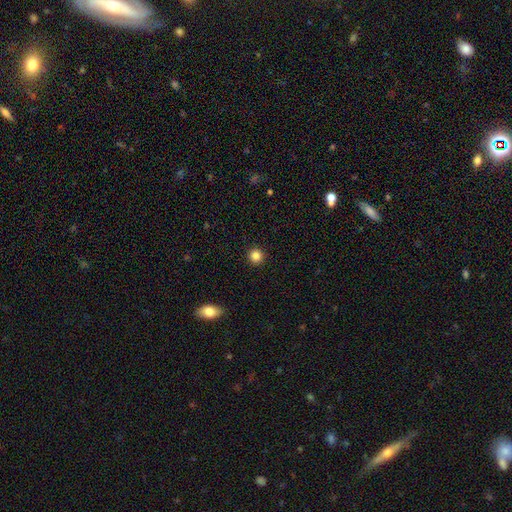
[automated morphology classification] Smooth or featured? Predicted: smooth (p=0.85). How rounded? Predicted: round (p=0.95). Merging? Predicted: none (p=0.93).